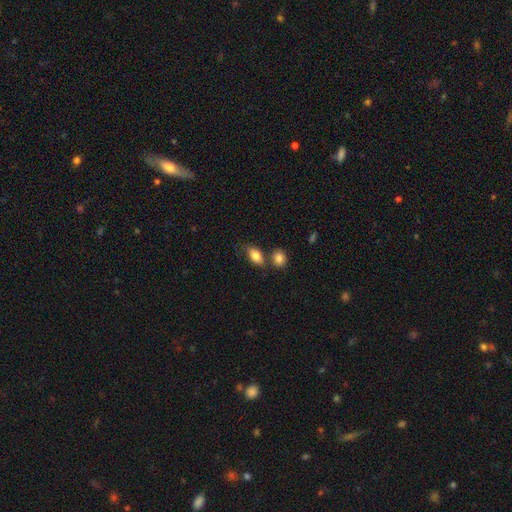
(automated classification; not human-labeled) smooth_or_featured: smooth (p=0.83) [alt: featured or disk p=0.10]
how_rounded: in between (p=0.87) [alt: round p=0.09]
merging: none (p=0.59) [alt: merger p=0.21]